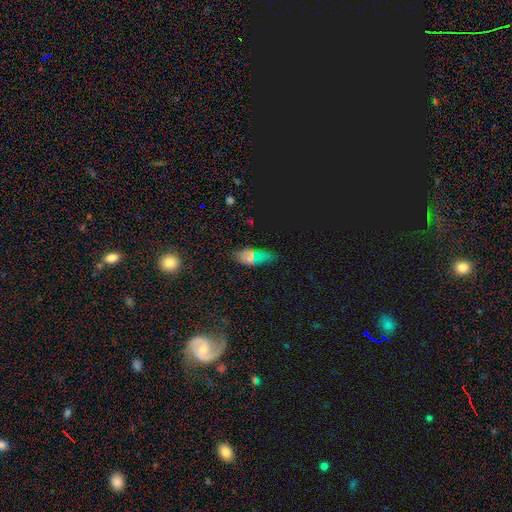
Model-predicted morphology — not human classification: Smooth or featured?
  - smooth: 49% *
  - star or artifact: 39%
  - featured or disk: 12%
Merging?
  - none: 72% *
  - minor disturbance: 16%
  - major disturbance: 7%
  - merger: 4%